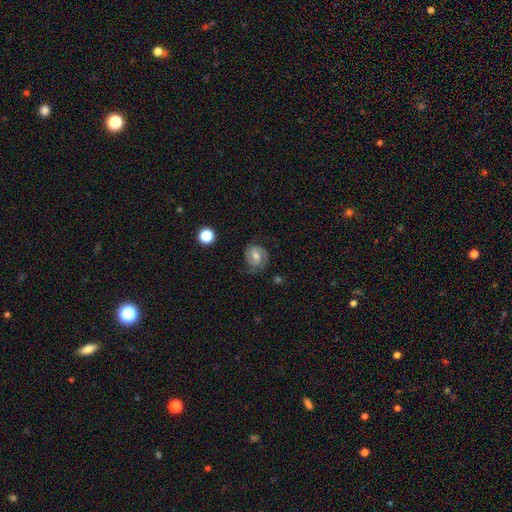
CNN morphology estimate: Smooth or featured? featured or disk (72%)
Edge-on disk? no (98%)
Bar? weak (52%)
Spiral arms? yes (93%)
Spiral winding? medium (45%)
Spiral arm count? 2 (79%)
Bulge size? moderate (59%)
Merging? none (70%)